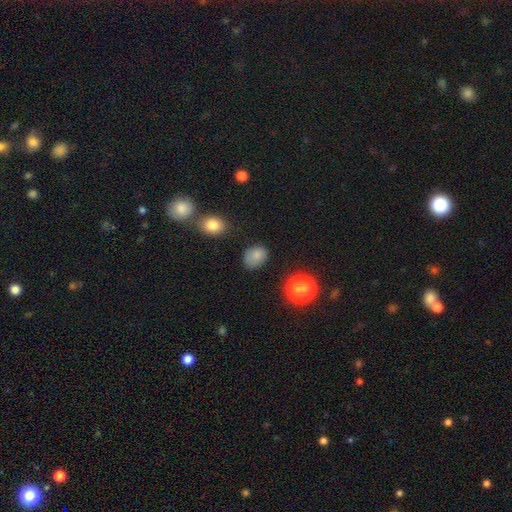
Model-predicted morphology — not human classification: Smooth or featured: smooth — 80% (star or artifact — 12%)
How rounded: in between — 59% (round — 40%)
Merging: none — 69% (minor disturbance — 22%)